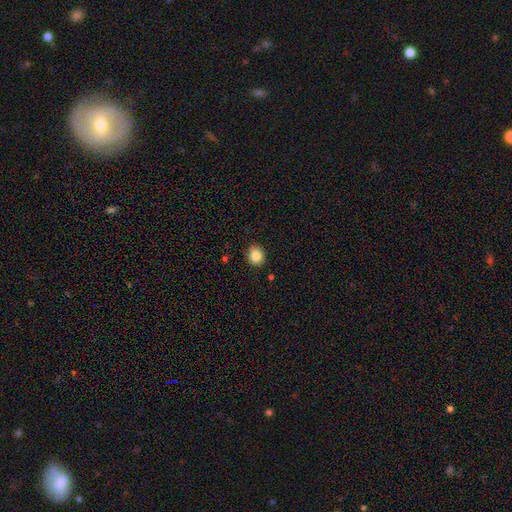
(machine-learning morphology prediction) Smooth or featured: smooth — 86% (star or artifact — 9%)
How rounded: round — 70% (in between — 29%)
Merging: none — 85% (minor disturbance — 11%)